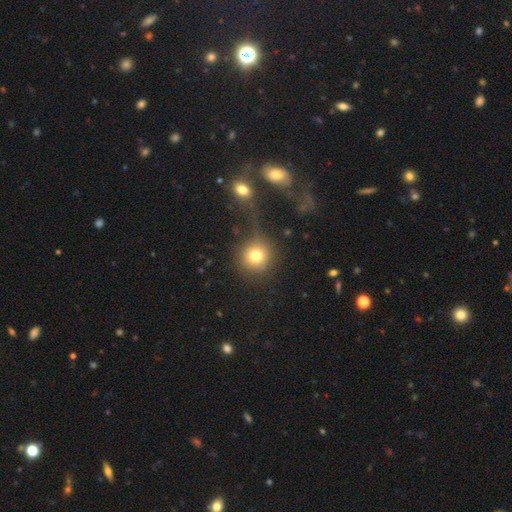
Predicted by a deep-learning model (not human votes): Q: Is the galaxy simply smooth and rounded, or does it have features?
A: smooth — 77%.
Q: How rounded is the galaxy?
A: round — 92%.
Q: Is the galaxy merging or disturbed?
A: none — 66%.